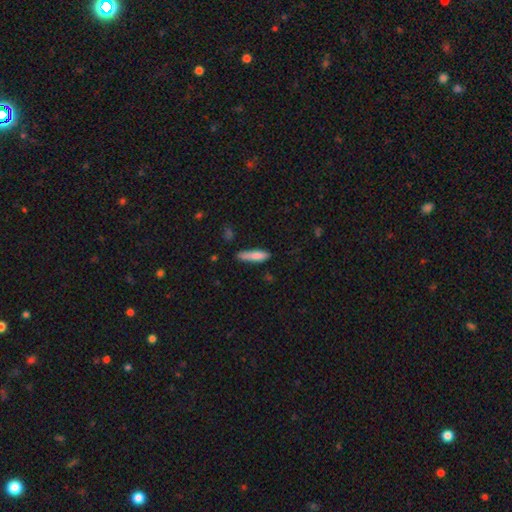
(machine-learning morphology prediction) Smooth or featured? smooth (79%)
How rounded? cigar-shaped (74%)
Merging? none (63%)